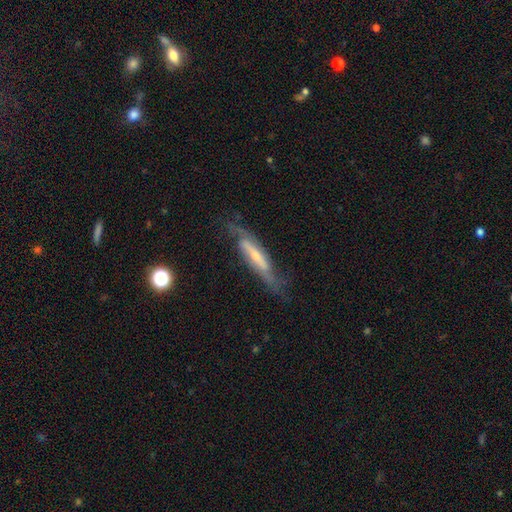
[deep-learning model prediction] smooth-or-featured: featured or disk: 76% | smooth: 18% | star or artifact: 7%
  disk-edge-on: no: 56% | yes: 44%
  merging: none: 68% | minor disturbance: 20% | major disturbance: 10% | merger: 2%